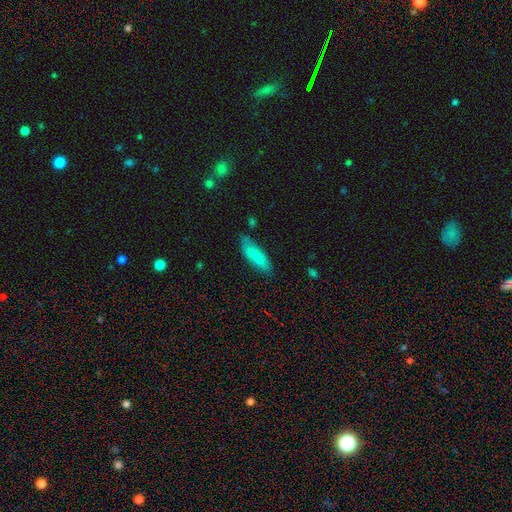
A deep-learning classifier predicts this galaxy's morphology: Overall: smooth (82%). How rounded: in between (51%; cigar-shaped 47%). Merging: none (74%).